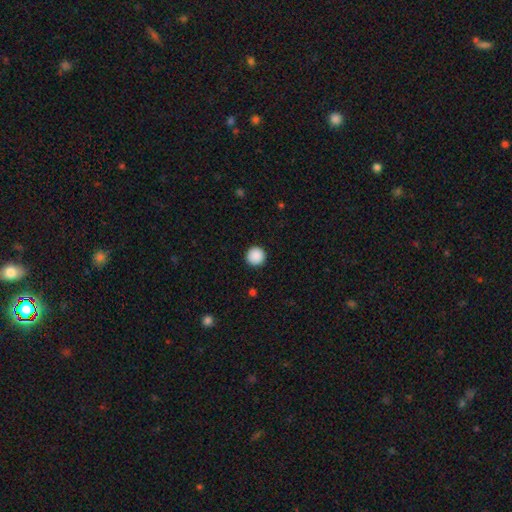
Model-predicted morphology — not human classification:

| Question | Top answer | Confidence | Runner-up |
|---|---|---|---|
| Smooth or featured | smooth | 89% | star or artifact (8%) |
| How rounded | round | 96% | in between (3%) |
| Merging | none | 93% | minor disturbance (4%) |